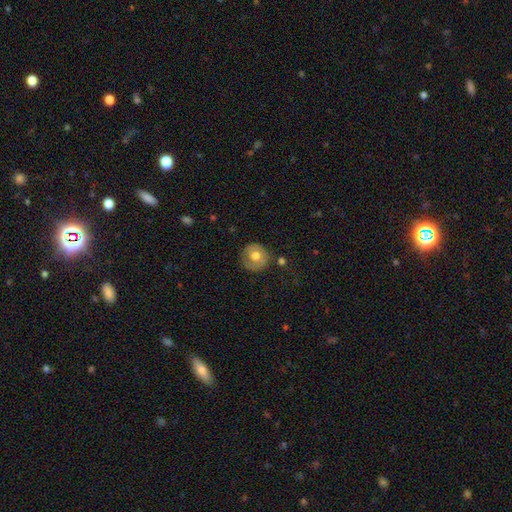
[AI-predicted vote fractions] smooth-or-featured: smooth: 59% | featured or disk: 34% | star or artifact: 7%
  how-rounded: round: 90% | in between: 9% | cigar-shaped: 1%
  merging: none: 77% | minor disturbance: 15% | major disturbance: 5% | merger: 3%